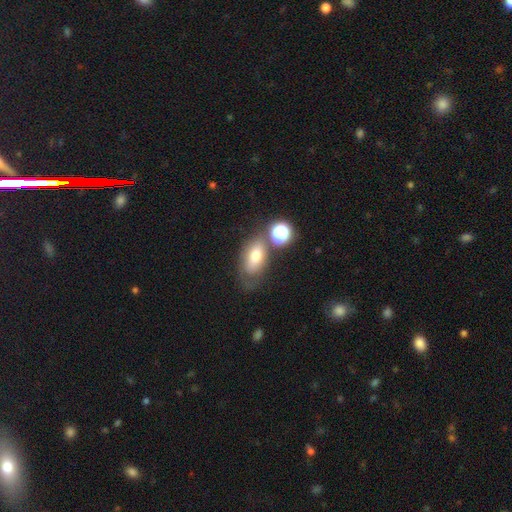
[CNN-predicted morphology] type=smooth (68%); roundness=in between (85%); merging=none (49%).